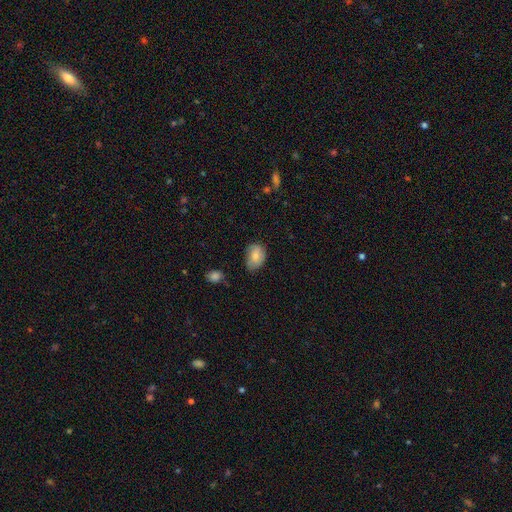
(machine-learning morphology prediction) type=smooth (80%); roundness=in between (78%); merging=none (62%).